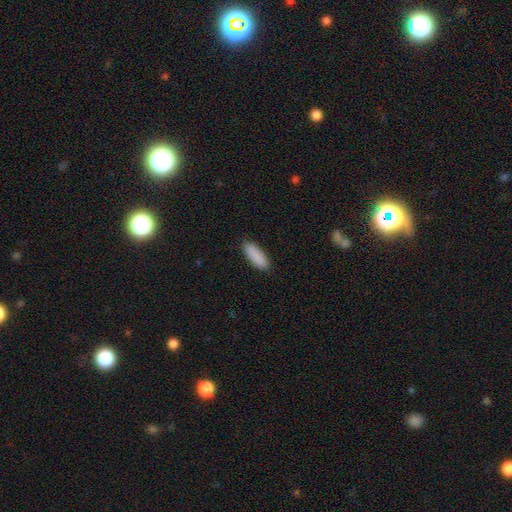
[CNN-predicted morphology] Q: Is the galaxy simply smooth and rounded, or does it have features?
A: smooth — 90%.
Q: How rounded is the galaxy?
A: in between — 64%.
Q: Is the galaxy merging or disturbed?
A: none — 87%.